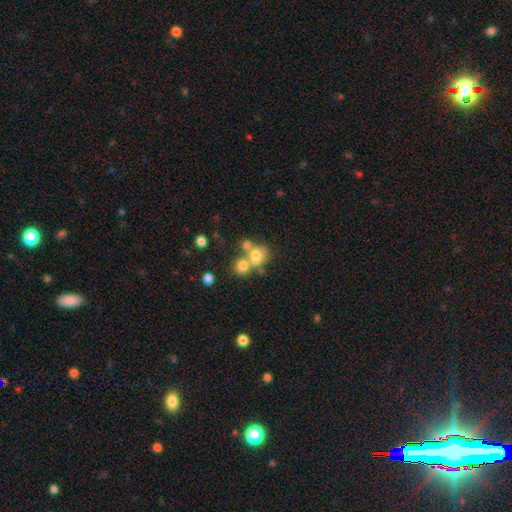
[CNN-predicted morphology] smooth_or_featured: smooth (p=0.63) [alt: featured or disk p=0.22]
how_rounded: round (p=0.68) [alt: in between p=0.31]
merging: merger (p=0.52) [alt: none p=0.33]